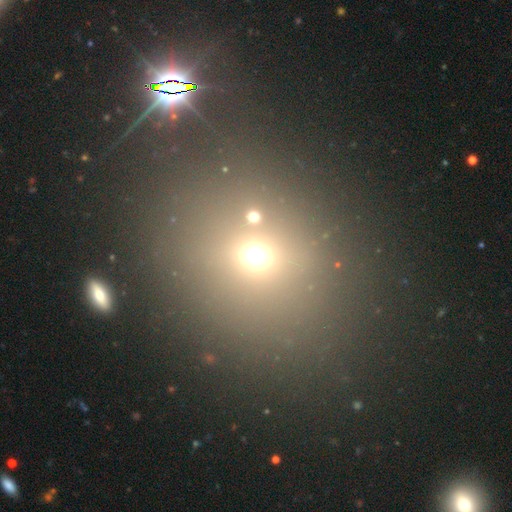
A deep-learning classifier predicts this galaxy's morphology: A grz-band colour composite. It shows a smooth galaxy with no disk features (60%) that is round (74%). Merging: none (75%).